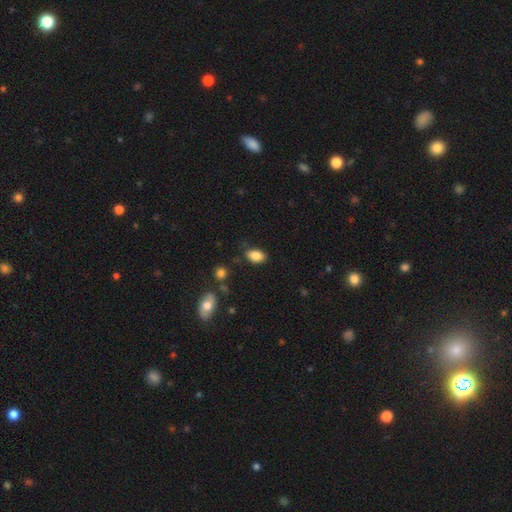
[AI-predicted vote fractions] This is clearly a smooth galaxy (85%). How rounded: clearly in between (89%). Merging: likely none (79%).